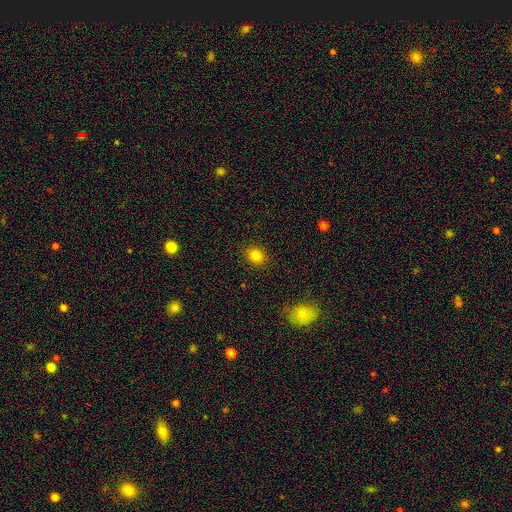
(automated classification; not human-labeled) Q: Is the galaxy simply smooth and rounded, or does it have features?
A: smooth — 82%.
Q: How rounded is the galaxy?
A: round — 67%.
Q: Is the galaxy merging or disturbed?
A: none — 90%.